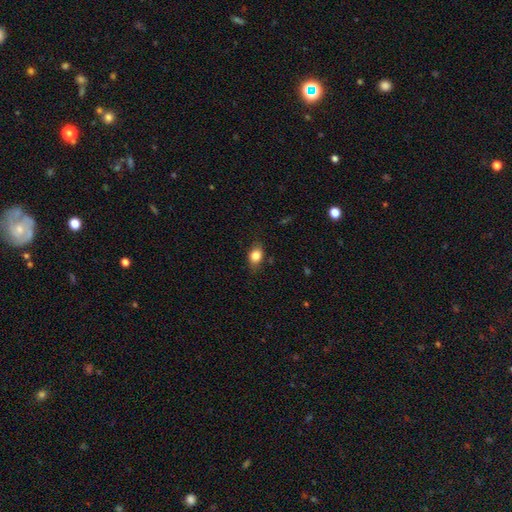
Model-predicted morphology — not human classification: The model was most divided on "how rounded": in between: 70%, round: 28%, cigar-shaped: 2%. More confident: smooth or featured — smooth (82%); merging — none (78%).